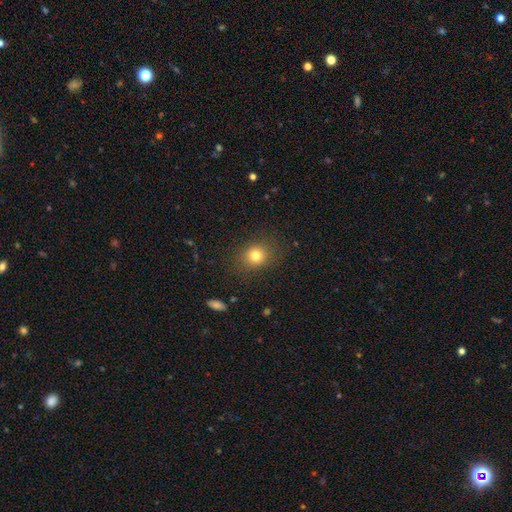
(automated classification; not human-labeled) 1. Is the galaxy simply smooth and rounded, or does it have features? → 79% smooth, 13% star or artifact, 8% featured or disk.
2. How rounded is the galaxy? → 70% round, 29% in between, 1% cigar-shaped.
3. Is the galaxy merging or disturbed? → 84% none, 11% minor disturbance, 4% major disturbance, 1% merger.